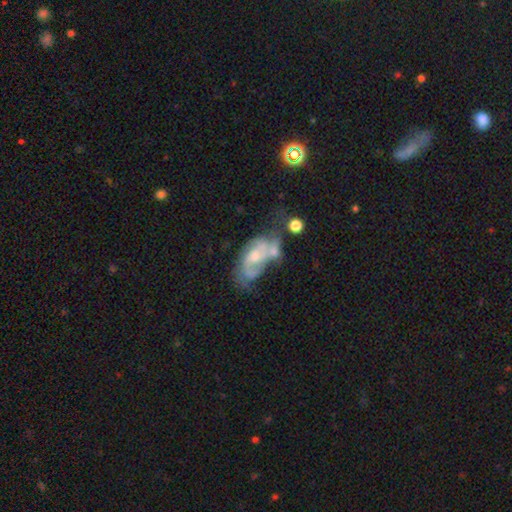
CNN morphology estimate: Overall: featured or disk (72%). Edge-on disk: no (95%). Bar: no (60%; weak 33%). Spiral arms: yes (78%). Spiral arm count: 2 (58%; can't tell 24%). Spiral winding: medium (44%; loose 29%). Bulge size: moderate (50%; small 38%). Merging: merger (28%, tied with none).